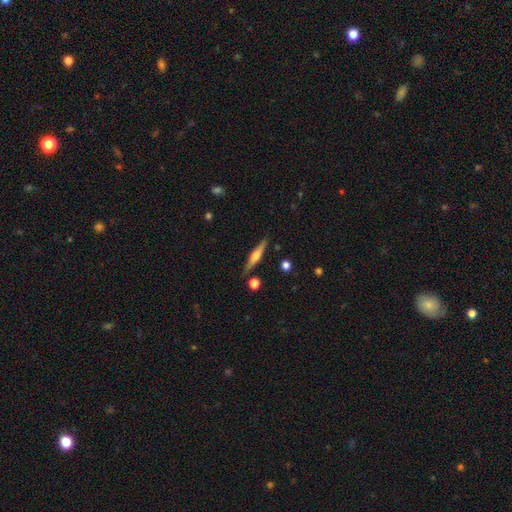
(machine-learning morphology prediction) Smooth or featured?
  - featured or disk: 62% *
  - smooth: 32%
  - star or artifact: 7%
Edge-on disk?
  - yes: 96% *
  - no: 4%
Edge-on bulge?
  - rounded: 80% *
  - boxy: 14%
  - none: 6%
Merging?
  - none: 85% *
  - minor disturbance: 9%
  - merger: 3%
  - major disturbance: 2%